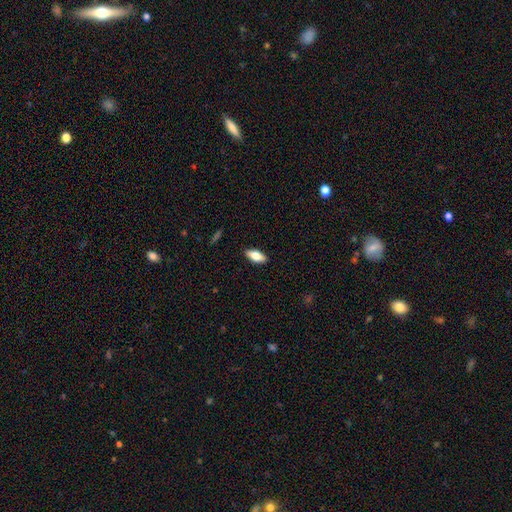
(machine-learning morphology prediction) Overall: smooth (73%). How rounded: in between (83%). Merging: none (88%).